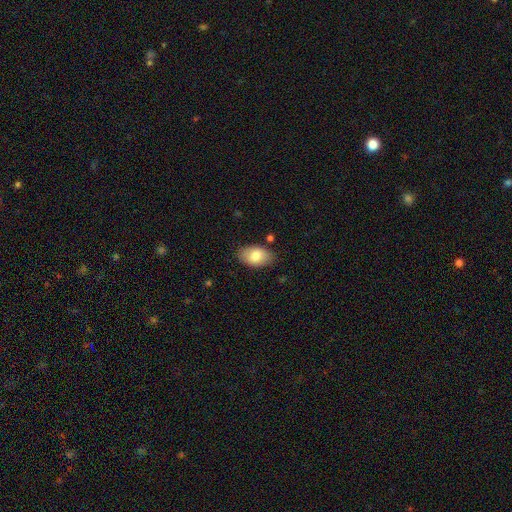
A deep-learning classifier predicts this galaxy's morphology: A smooth galaxy with no disk features (81%) that is in between round and cigar-shaped (92%). Merging: none (83%).